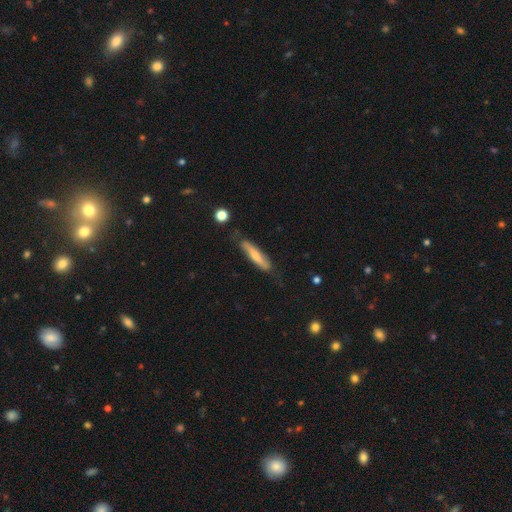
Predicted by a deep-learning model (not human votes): smooth-or-featured: smooth: 60% | featured or disk: 35% | star or artifact: 6%
  how-rounded: cigar-shaped: 84% | in between: 14% | round: 2%
  merging: none: 70% | minor disturbance: 22% | major disturbance: 5% | merger: 2%